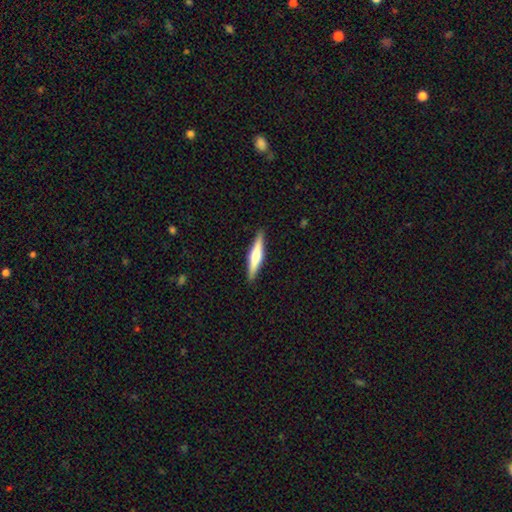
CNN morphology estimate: featured or disk 56%, smooth 39%, star or artifact 5%. Down the decision tree: edge-on disk — yes (97%); edge-on bulge — rounded (83%); merging — none (91%).